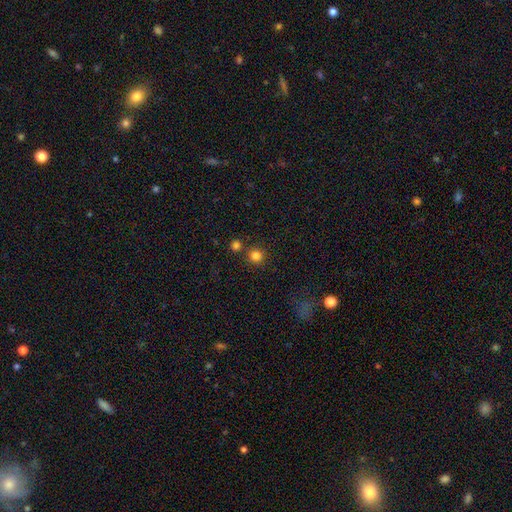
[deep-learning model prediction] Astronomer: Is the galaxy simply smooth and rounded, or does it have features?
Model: smooth — 81%.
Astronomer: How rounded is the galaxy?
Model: round — 94%.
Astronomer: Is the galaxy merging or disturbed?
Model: none — 80%.